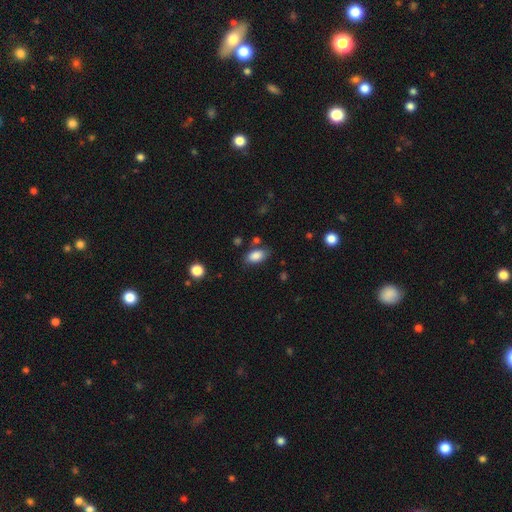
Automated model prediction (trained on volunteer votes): A smooth galaxy with no disk features (86%) that is in between round and cigar-shaped (91%).

Vote fractions:
- Smooth or featured? smooth: 86% / star or artifact: 8% / featured or disk: 6%
- How rounded? in between: 91% / round: 5% / cigar-shaped: 3%
- Merging? none: 77% / minor disturbance: 15% / merger: 4% / major disturbance: 4%